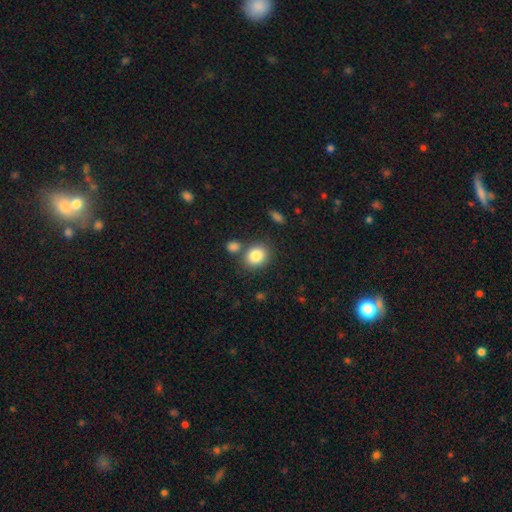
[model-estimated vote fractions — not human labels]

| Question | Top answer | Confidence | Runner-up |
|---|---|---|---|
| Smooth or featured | smooth | 84% | star or artifact (9%) |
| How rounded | round | 63% | in between (36%) |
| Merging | none | 70% | merger (16%) |